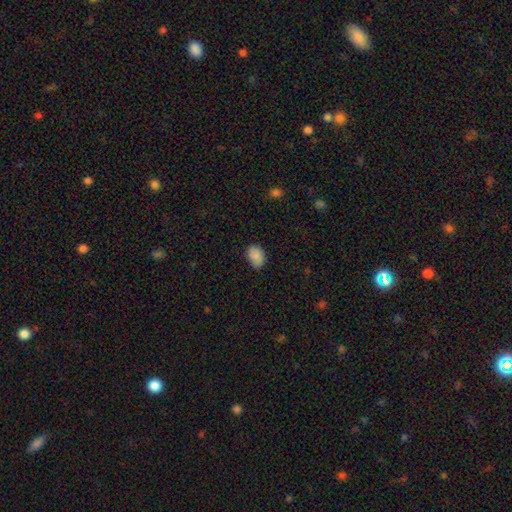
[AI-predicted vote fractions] Smooth or featured?
  - smooth: 87% *
  - star or artifact: 8%
  - featured or disk: 5%
How rounded?
  - in between: 74% *
  - round: 25%
  - cigar-shaped: 1%
Merging?
  - none: 73% *
  - minor disturbance: 22%
  - major disturbance: 3%
  - merger: 1%